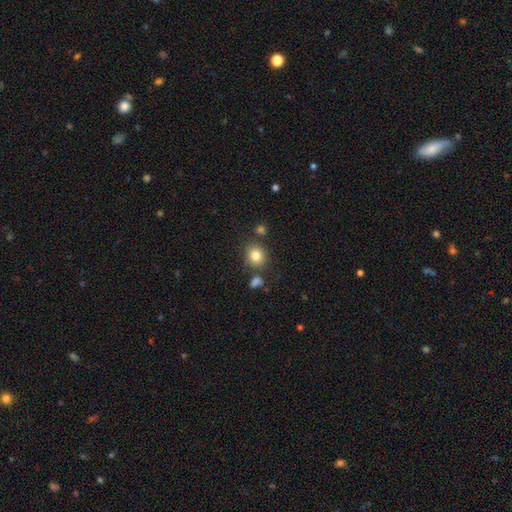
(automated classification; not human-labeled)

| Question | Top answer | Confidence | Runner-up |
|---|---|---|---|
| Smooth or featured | smooth | 82% | star or artifact (11%) |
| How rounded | round | 80% | in between (19%) |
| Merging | none | 78% | minor disturbance (10%) |